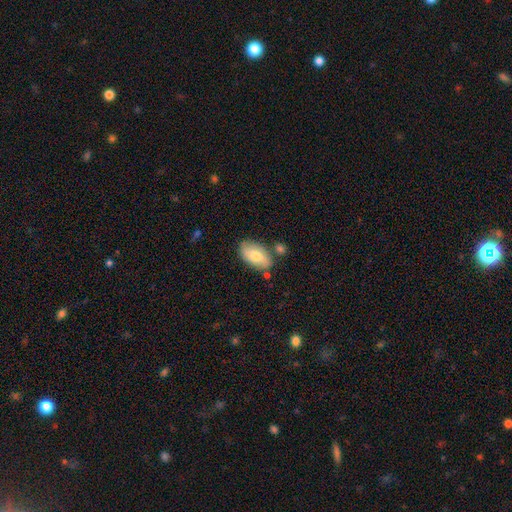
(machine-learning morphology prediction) type=smooth (71%); roundness=in between (93%); merging=none (71%).